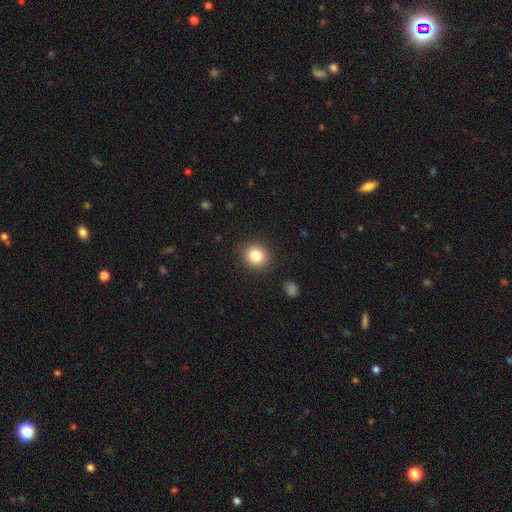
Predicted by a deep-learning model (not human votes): Q: Smooth or featured?
A: smooth (83%); runner-up: star or artifact (11%)
Q: How rounded?
A: round (85%); runner-up: in between (14%)
Q: Merging?
A: none (89%); runner-up: minor disturbance (7%)